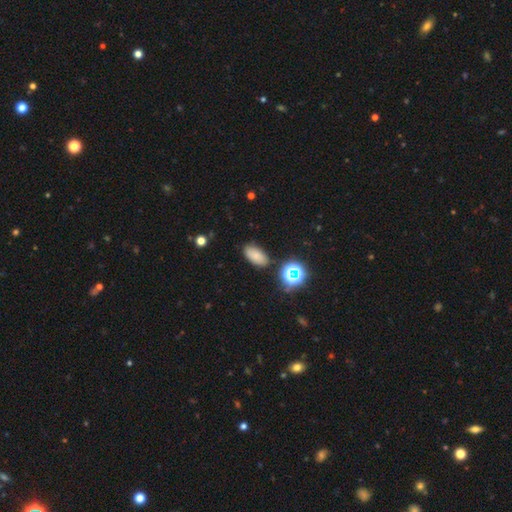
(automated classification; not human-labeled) A smooth galaxy with no disk features (77%) that is in between round and cigar-shaped (90%). Merging: none (84%).